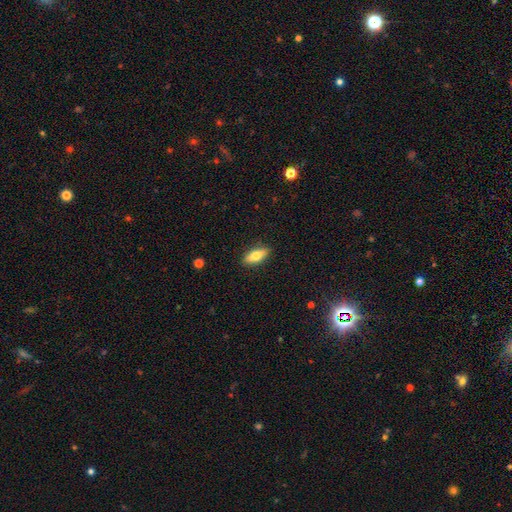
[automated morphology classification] This appears to be a smooth galaxy with no disk features (70%) that is in between round and cigar-shaped (75%). Merging: none (88%).